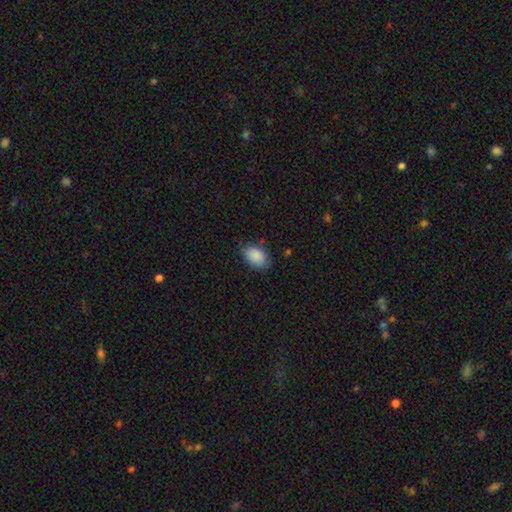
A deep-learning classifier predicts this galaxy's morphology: Smooth or featured?
  - smooth: 88% *
  - star or artifact: 7%
  - featured or disk: 5%
How rounded?
  - in between: 88% *
  - round: 10%
  - cigar-shaped: 1%
Merging?
  - none: 74% *
  - minor disturbance: 20%
  - major disturbance: 4%
  - merger: 1%